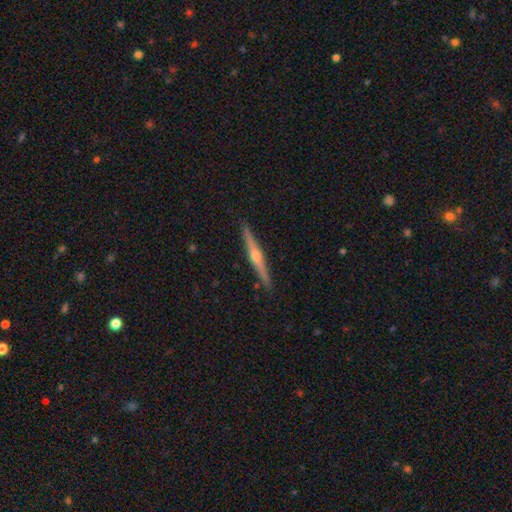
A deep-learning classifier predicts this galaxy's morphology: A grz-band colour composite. It shows a featured or disk galaxy (79%) viewed edge-on (98%) with a rounded central bulge (91%). Merging: none (92%).